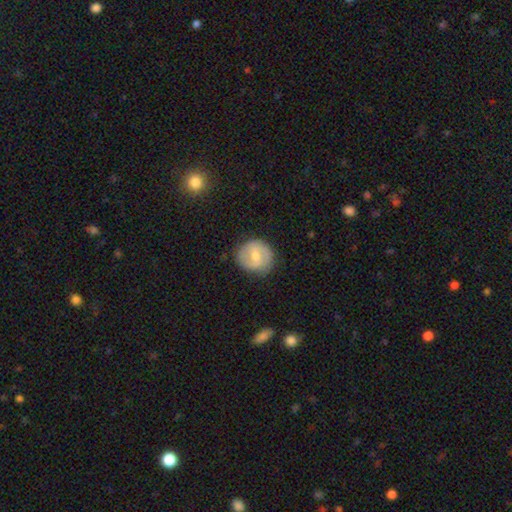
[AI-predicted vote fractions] The model was most divided on "smooth or featured": smooth: 48%, featured or disk: 46%, star or artifact: 6%. More confident: merging — none (80%).